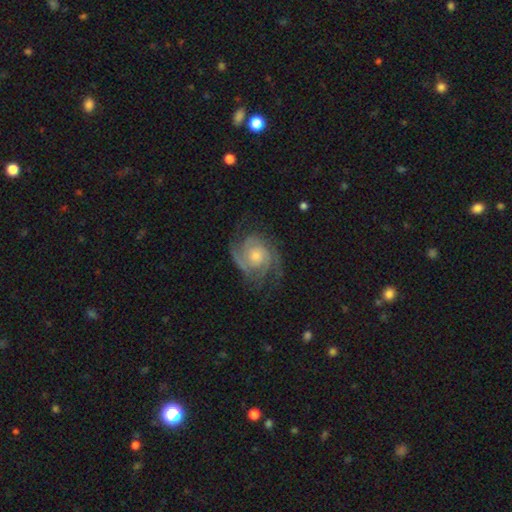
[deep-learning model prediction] Morphology: type=featured or disk (88%); edge-on=no (98%); bar=no (73%); spiral arms=yes (97%); winding=tight (54%); arm count=2 (44%); bulge=moderate (54%); merging=none (72%).